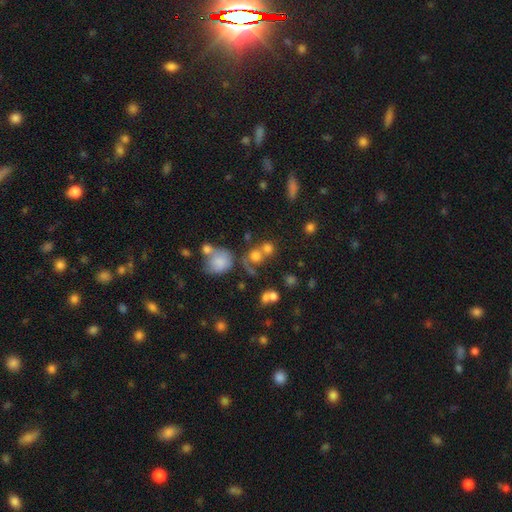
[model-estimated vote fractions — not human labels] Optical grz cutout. It shows a smooth galaxy with no disk features (68%) that is round (80%). Merging: none (40%).